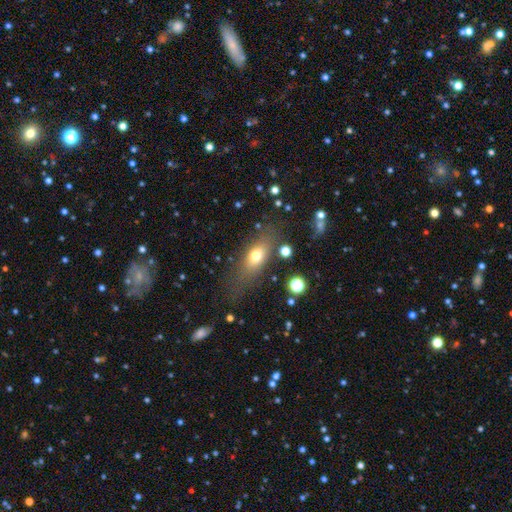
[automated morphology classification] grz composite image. It shows a smooth galaxy with no disk features (68%) that is in between round and cigar-shaped (67%). Merging: none (64%).